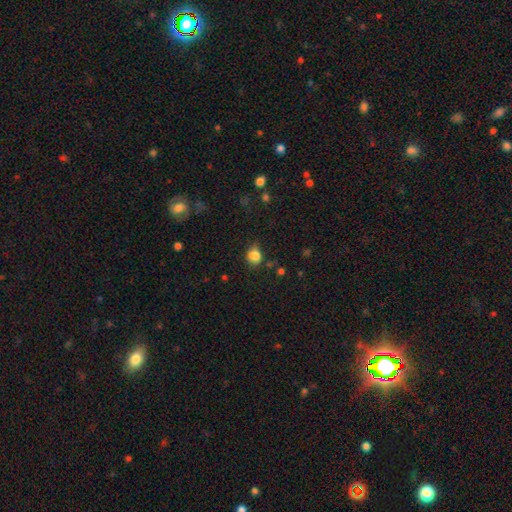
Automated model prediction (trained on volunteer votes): Smooth or featured? Predicted: smooth (p=0.83). How rounded? Predicted: round (p=0.57). Merging? Predicted: none (p=0.58).